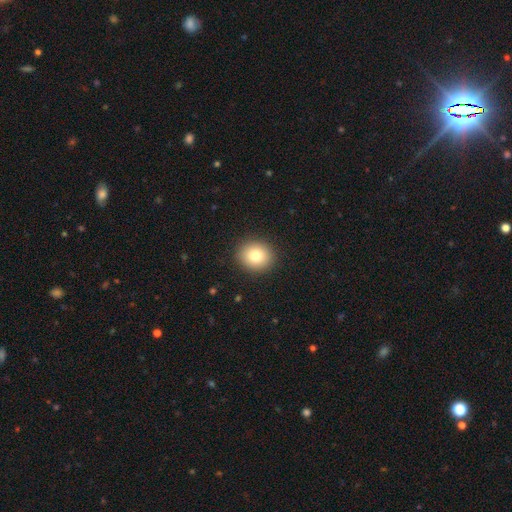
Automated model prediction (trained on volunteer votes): smooth-or-featured: smooth: 81% | star or artifact: 10% | featured or disk: 9%
  how-rounded: round: 79% | in between: 20% | cigar-shaped: 1%
  merging: none: 91% | minor disturbance: 6% | major disturbance: 2% | merger: 1%